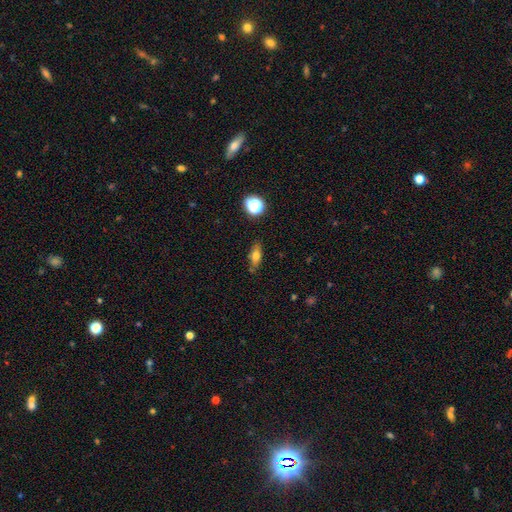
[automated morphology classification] This is likely a smooth galaxy (66%). How rounded: likely in between (65%). Merging: likely none (79%).